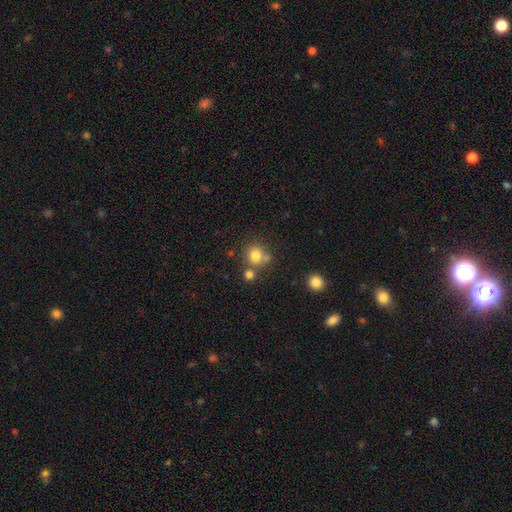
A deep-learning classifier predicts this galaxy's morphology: Smooth or featured? Predicted: smooth (p=0.79). How rounded? Predicted: round (p=0.86). Merging? Predicted: none (p=0.63).